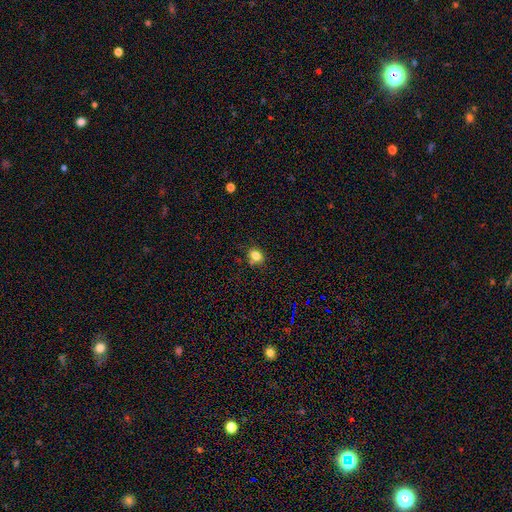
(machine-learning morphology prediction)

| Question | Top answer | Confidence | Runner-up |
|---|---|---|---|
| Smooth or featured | smooth | 81% | star or artifact (12%) |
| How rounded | in between | 51% | round (48%) |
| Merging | none | 74% | minor disturbance (14%) |